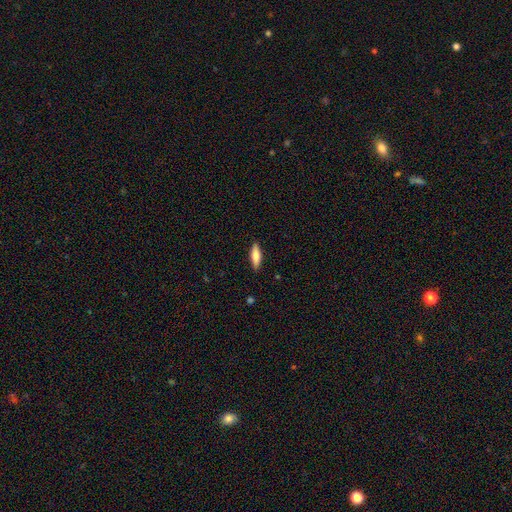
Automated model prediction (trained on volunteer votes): This appears to be a smooth galaxy with no disk features (74%) that is cigar-shaped (53%). Merging: none (88%).